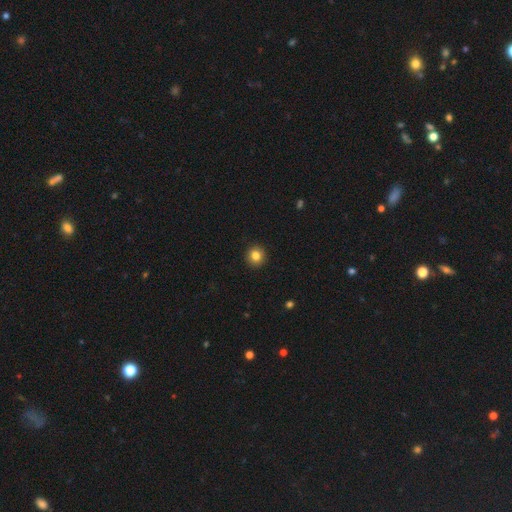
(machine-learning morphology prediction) This is clearly a smooth galaxy (83%). How rounded: clearly round (93%). Merging: clearly none (93%).